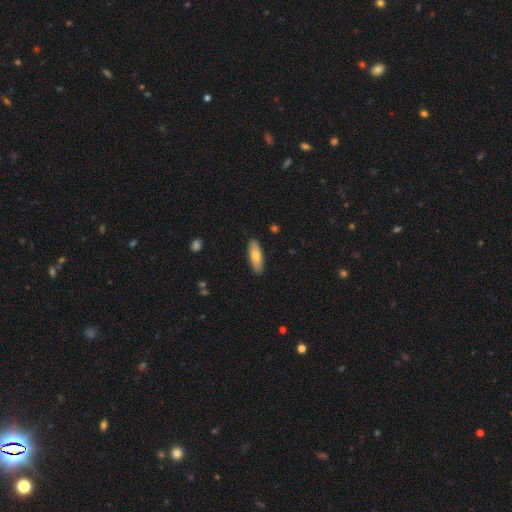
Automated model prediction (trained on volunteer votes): Smooth or featured: smooth — 79% (featured or disk — 16%)
How rounded: in between — 58% (cigar-shaped — 40%)
Merging: none — 88% (minor disturbance — 9%)